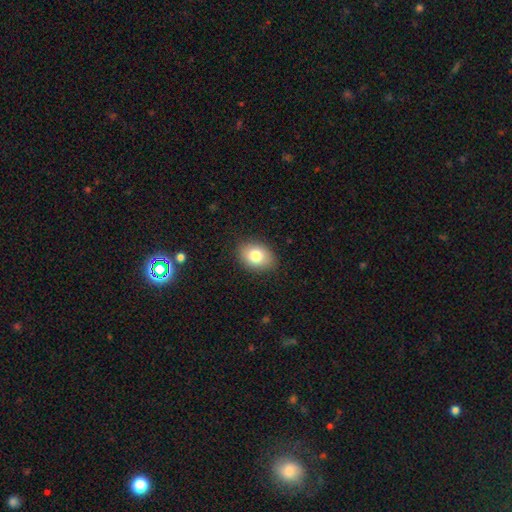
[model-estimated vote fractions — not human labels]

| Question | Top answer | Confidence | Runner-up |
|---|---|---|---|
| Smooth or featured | smooth | 80% | featured or disk (11%) |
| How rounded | in between | 72% | round (27%) |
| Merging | none | 86% | minor disturbance (10%) |